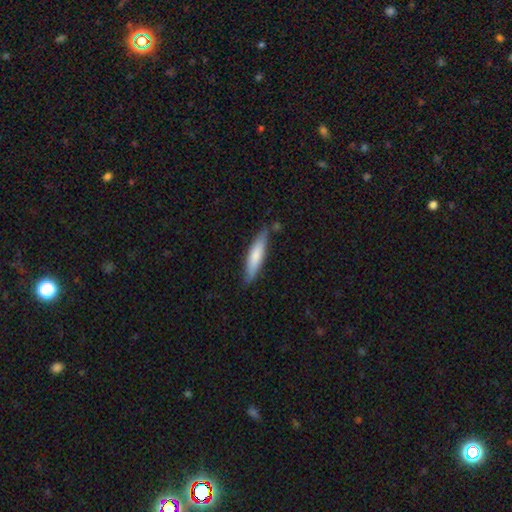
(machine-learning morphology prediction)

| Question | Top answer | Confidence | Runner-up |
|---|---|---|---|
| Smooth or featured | smooth | 72% | featured or disk (23%) |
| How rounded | cigar-shaped | 83% | in between (16%) |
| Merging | none | 77% | minor disturbance (17%) |